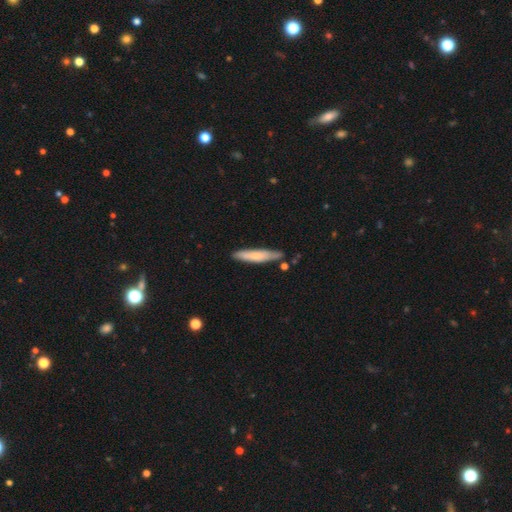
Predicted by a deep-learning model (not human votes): This is likely a smooth galaxy (69%). How rounded: clearly cigar-shaped (90%). Merging: likely none (77%).